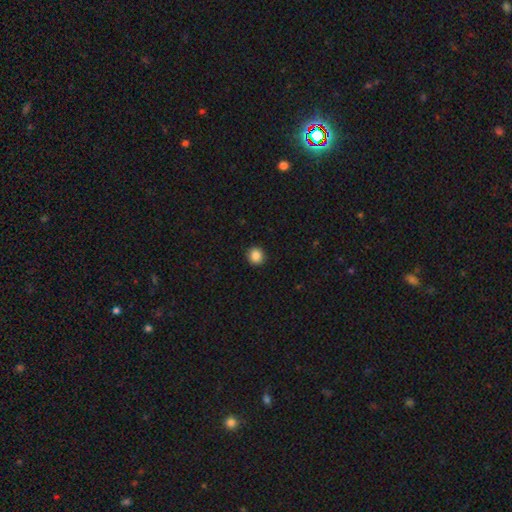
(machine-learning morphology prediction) type=smooth (87%); roundness=round (90%); merging=none (92%).